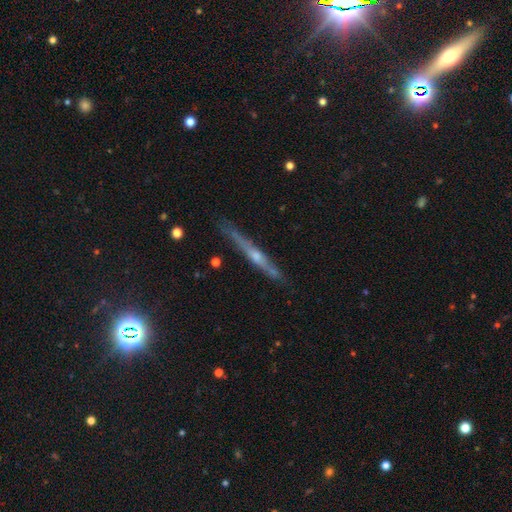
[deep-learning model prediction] This is likely a featured or disk galaxy (72%). It is clearly viewed edge-on (97%). Edge-on bulge: likely rounded (69%). Merging: clearly none (82%).